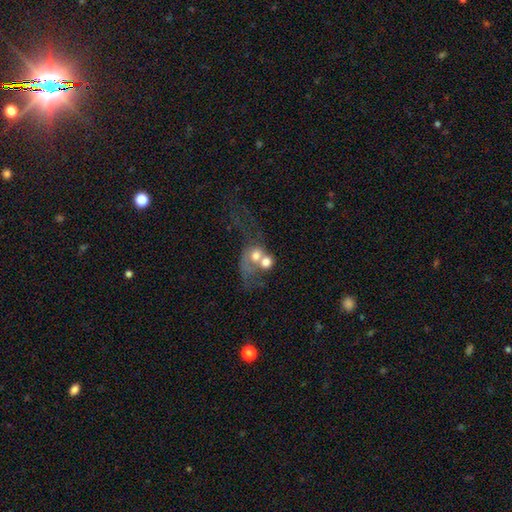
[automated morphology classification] A smooth galaxy with no disk features (50%) that is round (59%).

Vote fractions:
- Smooth or featured? smooth: 50% / featured or disk: 38% / star or artifact: 11%
- How rounded? round: 59% / in between: 40% / cigar-shaped: 2%
- Merging? merger: 65% / major disturbance: 18% / none: 11% / minor disturbance: 6%